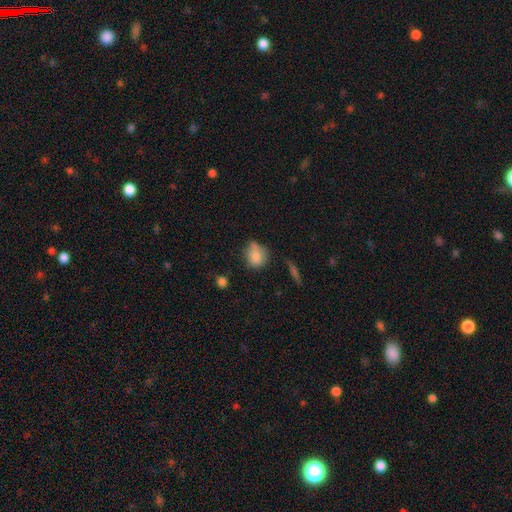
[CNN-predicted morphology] smooth_or_featured: smooth (p=0.78) [alt: featured or disk p=0.12]
how_rounded: round (p=0.64) [alt: in between p=0.35]
merging: none (p=0.51) [alt: minor disturbance p=0.33]